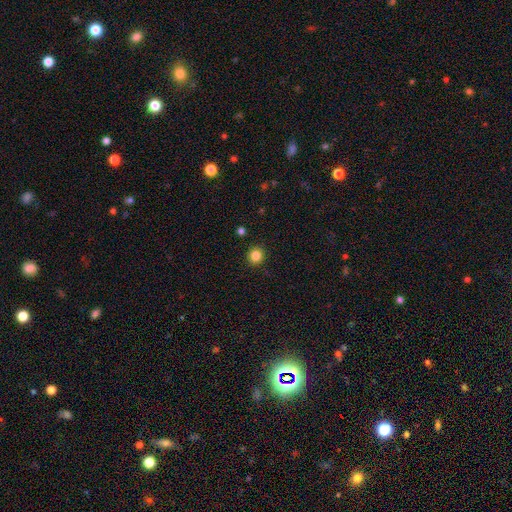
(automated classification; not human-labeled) The model was most divided on "smooth or featured": smooth: 84%, star or artifact: 12%, featured or disk: 4%. More confident: merging — none (91%); how rounded — round (91%).